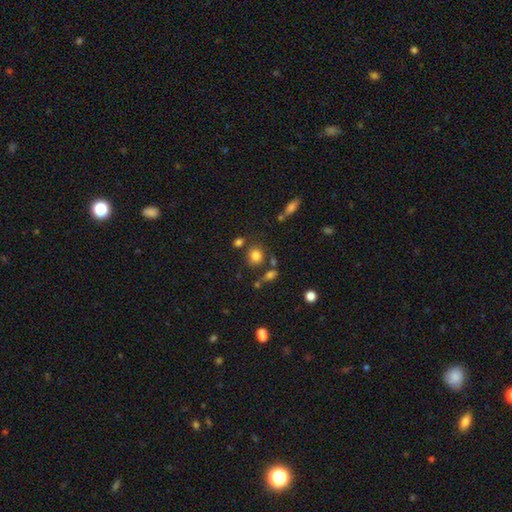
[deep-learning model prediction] Smooth or featured: smooth — 80% (star or artifact — 13%)
How rounded: round — 75% (in between — 24%)
Merging: none — 70% (merger — 13%)